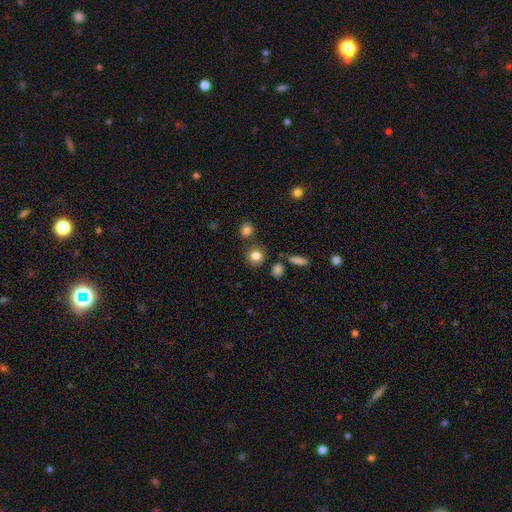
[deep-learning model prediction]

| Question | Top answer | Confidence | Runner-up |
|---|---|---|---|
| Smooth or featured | smooth | 82% | star or artifact (11%) |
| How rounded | round | 87% | in between (12%) |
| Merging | none | 80% | minor disturbance (9%) |